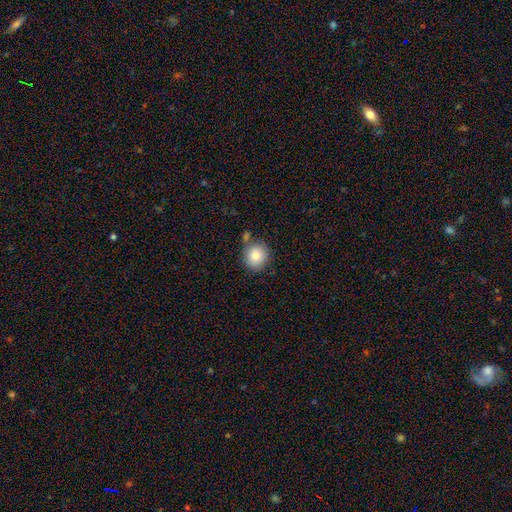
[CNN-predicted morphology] smooth-or-featured: smooth: 83% | star or artifact: 9% | featured or disk: 8%
  how-rounded: round: 84% | in between: 15% | cigar-shaped: 1%
  merging: none: 69% | minor disturbance: 14% | merger: 13% | major disturbance: 4%